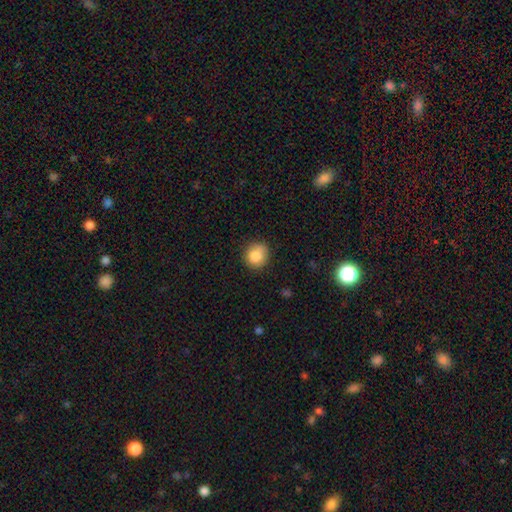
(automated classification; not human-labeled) This appears to be a smooth galaxy with no disk features (84%) that is round (87%). Merging: none (76%).